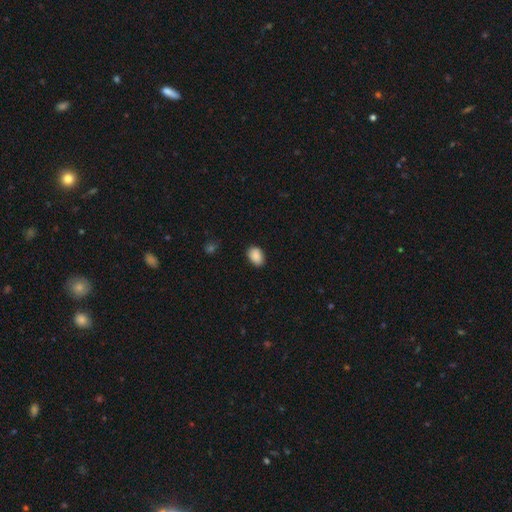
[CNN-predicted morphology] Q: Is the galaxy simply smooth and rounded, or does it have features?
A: smooth — 89%.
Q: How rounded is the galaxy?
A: in between — 80%.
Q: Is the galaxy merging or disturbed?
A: none — 85%.